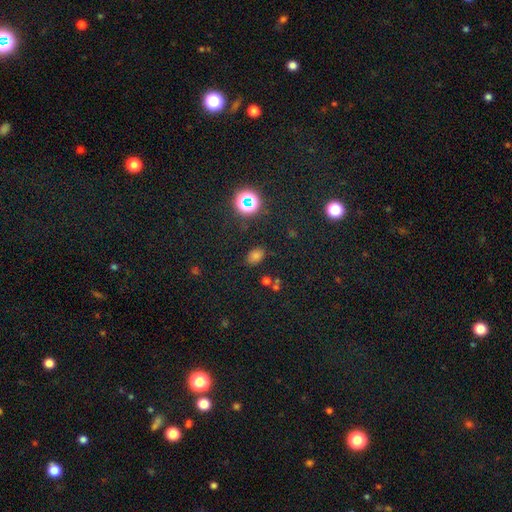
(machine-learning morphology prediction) A smooth galaxy with no disk features (65%) that is in between round and cigar-shaped (73%). Merging: none (80%).